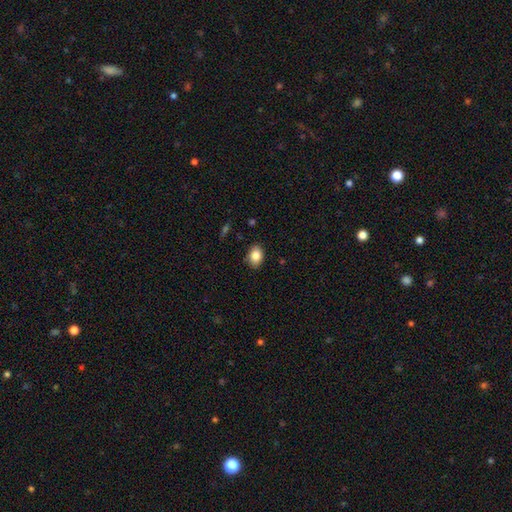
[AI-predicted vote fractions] The model was most divided on "how rounded": in between: 76%, round: 23%, cigar-shaped: 1%. More confident: merging — none (86%); smooth or featured — smooth (85%).